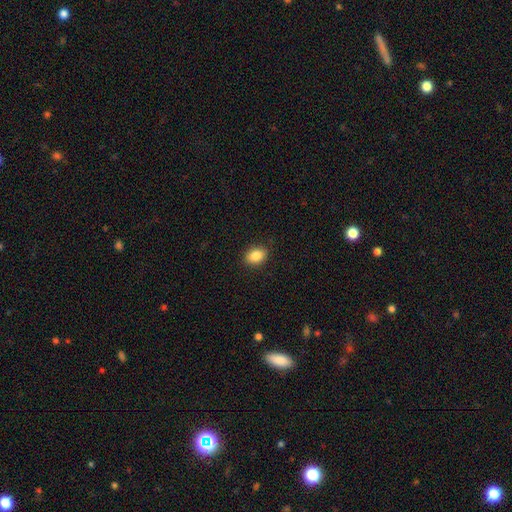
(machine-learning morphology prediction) A smooth galaxy with no disk features (87%) that is in between round and cigar-shaped (76%). Merging: none (89%).